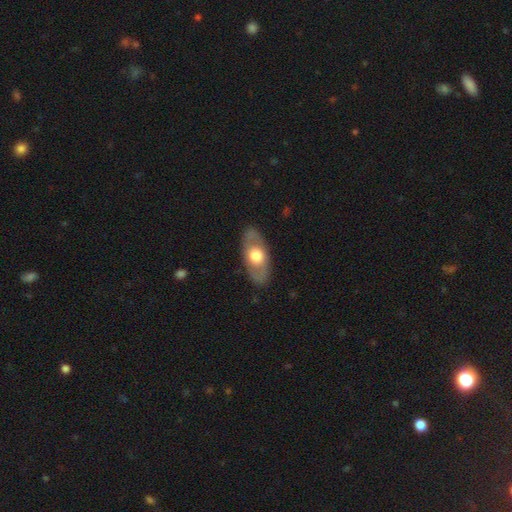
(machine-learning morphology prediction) Smooth or featured? Predicted: featured or disk (p=0.50). Edge-on disk? Predicted: no (p=0.80). Merging? Predicted: none (p=0.85).